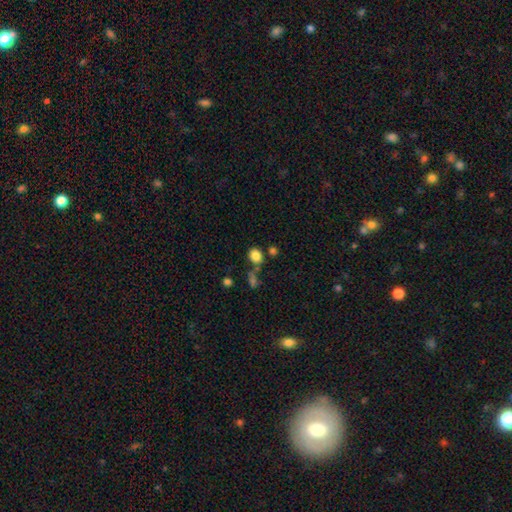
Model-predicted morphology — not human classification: type=smooth (83%); roundness=round (64%); merging=none (66%).